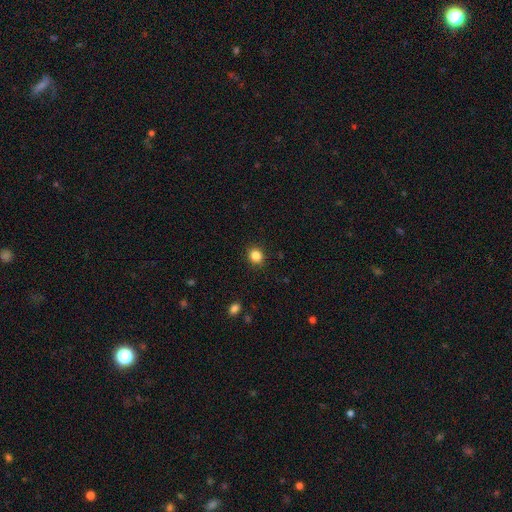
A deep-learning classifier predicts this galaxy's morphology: Smooth or featured?
  - smooth: 85% *
  - star or artifact: 11%
  - featured or disk: 4%
How rounded?
  - round: 77% *
  - in between: 22%
  - cigar-shaped: 1%
Merging?
  - none: 90% *
  - minor disturbance: 7%
  - major disturbance: 2%
  - merger: 1%